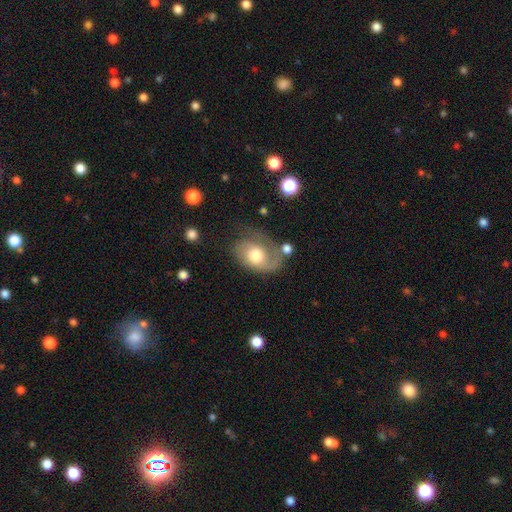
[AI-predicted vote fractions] smooth_or_featured: featured or disk (p=0.58) [alt: smooth p=0.35]
disk_edge_on: no (p=0.96) [alt: yes p=0.04]
bar: no (p=0.77) [alt: weak p=0.20]
has_spiral_arms: yes (p=0.82) [alt: no p=0.18]
bulge_size: moderate (p=0.60) [alt: large p=0.27]
merging: none (p=0.41) [alt: major disturbance p=0.27]